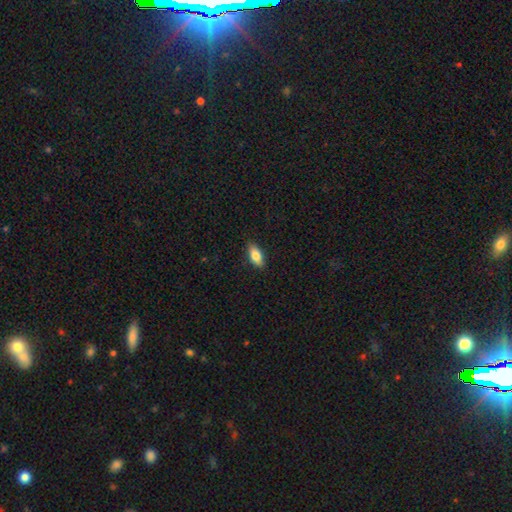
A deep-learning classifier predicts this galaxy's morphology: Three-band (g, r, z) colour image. It shows a smooth galaxy with no disk features (80%) that is in between round and cigar-shaped (86%). Merging: none (88%).